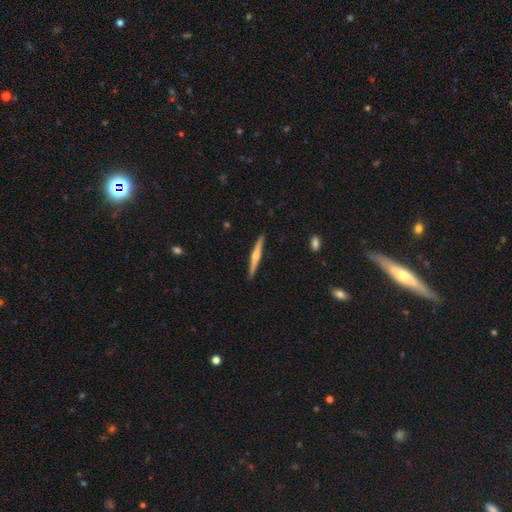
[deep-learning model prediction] featured or disk 61%, smooth 33%, star or artifact 5%. Down the decision tree: edge-on disk — yes (98%); edge-on bulge — rounded (79%); merging — none (91%).